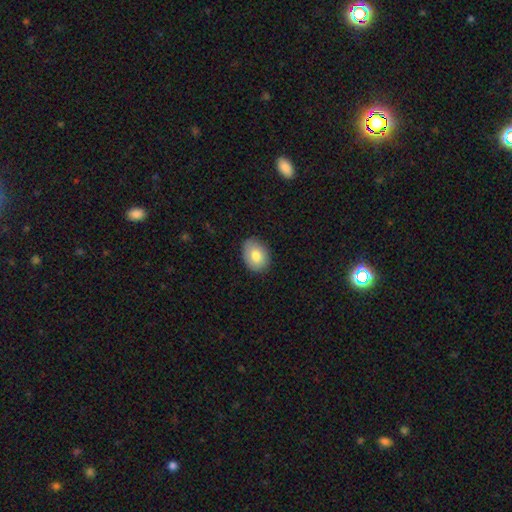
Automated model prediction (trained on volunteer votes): Morphology: type=smooth (80%); roundness=in between (70%); merging=none (83%).